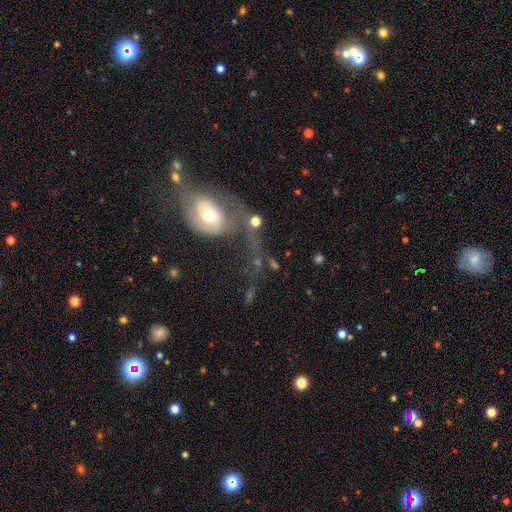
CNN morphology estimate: The model was most divided on "merging": major disturbance: 38%, none: 34%, minor disturbance: 16%, merger: 12%. More confident: edge-on disk — no (91%); smooth or featured — featured or disk (52%).